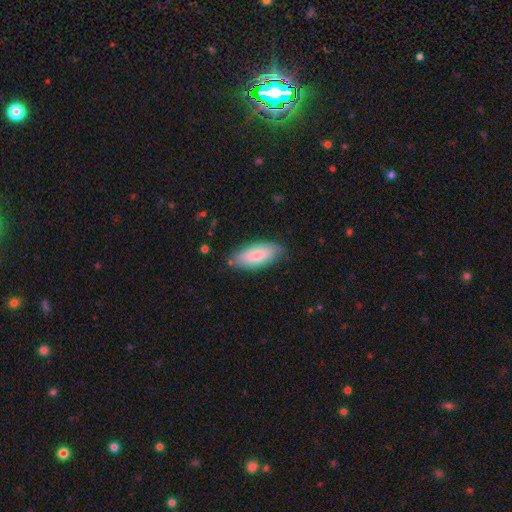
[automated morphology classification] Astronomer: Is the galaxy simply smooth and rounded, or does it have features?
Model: smooth — 82%.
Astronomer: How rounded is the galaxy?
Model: in between — 82%.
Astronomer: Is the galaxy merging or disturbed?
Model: none — 81%.